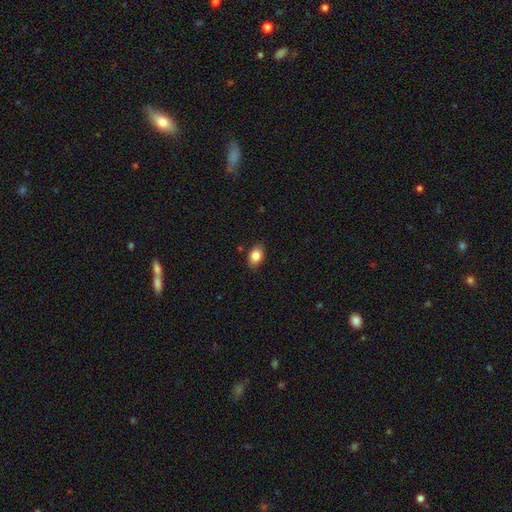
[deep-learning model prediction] Smooth or featured?
  - smooth: 85% *
  - star or artifact: 8%
  - featured or disk: 7%
How rounded?
  - in between: 82% *
  - round: 16%
  - cigar-shaped: 1%
Merging?
  - none: 86% *
  - minor disturbance: 11%
  - major disturbance: 2%
  - merger: 1%